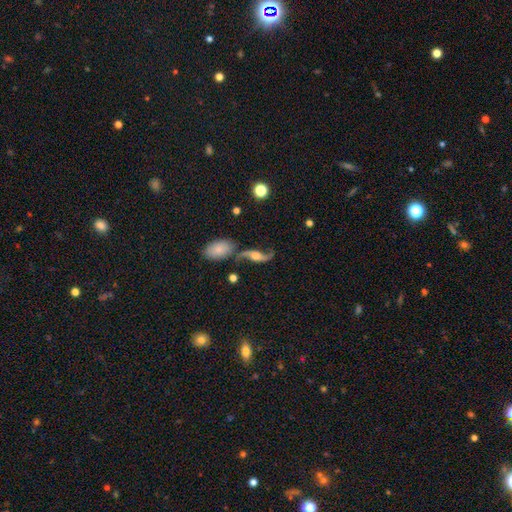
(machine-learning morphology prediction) smooth-or-featured: featured or disk: 83% | smooth: 10% | star or artifact: 7%
  disk-edge-on: no: 89% | yes: 11%
    bar: no: 56% | weak: 30% | strong: 14%
    has-spiral-arms: yes: 95% | no: 5%
      spiral-winding: loose: 90% | medium: 7% | tight: 2%
      spiral-arm-count: 2: 93% | 1: 2% | can't tell: 2% | 3: 1% | 4: 1% | more than 4: 1%
    bulge-size: moderate: 44% | small: 24% | large: 20% | none: 7% | dominant: 4%
  merging: none: 63% | minor disturbance: 16% | merger: 11% | major disturbance: 10%